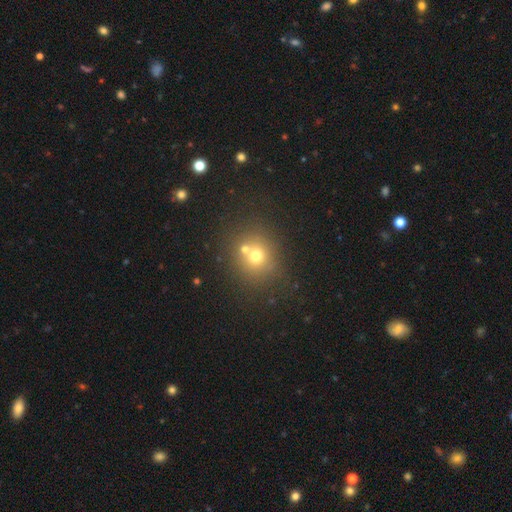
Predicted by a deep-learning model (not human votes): Smooth or featured?
  - smooth: 66% *
  - star or artifact: 18%
  - featured or disk: 16%
How rounded?
  - round: 83% *
  - in between: 16%
  - cigar-shaped: 1%
Merging?
  - none: 59% *
  - merger: 29%
  - minor disturbance: 9%
  - major disturbance: 4%